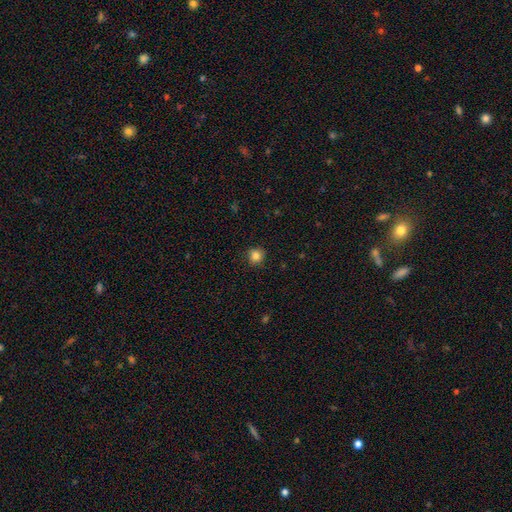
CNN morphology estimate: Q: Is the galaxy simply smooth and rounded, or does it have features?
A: smooth — 85%.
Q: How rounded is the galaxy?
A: round — 91%.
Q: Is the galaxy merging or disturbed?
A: none — 89%.